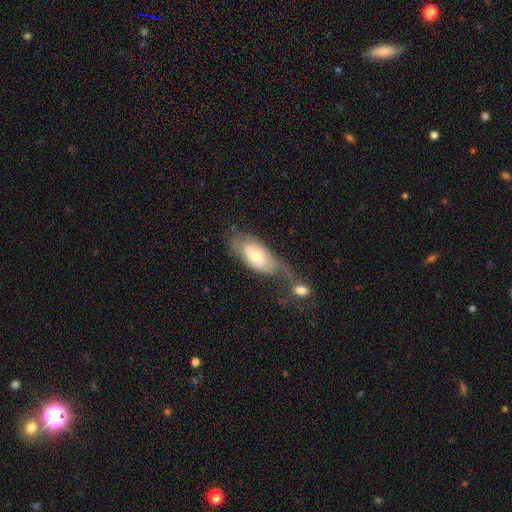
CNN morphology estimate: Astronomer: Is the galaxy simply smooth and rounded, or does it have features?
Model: smooth — 48% (runner-up: featured or disk, 46%).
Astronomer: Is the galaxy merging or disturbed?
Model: merger — 32% (runner-up: none, 25%).